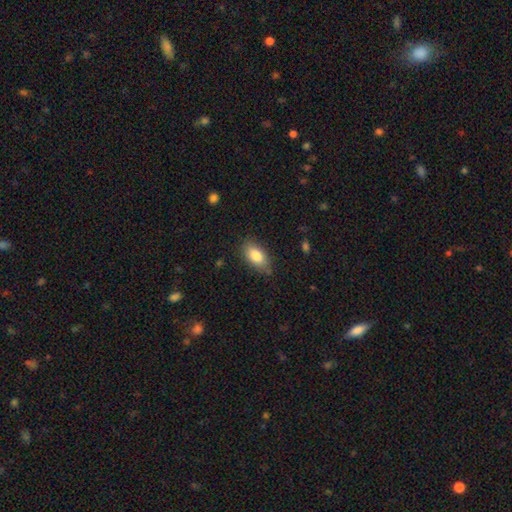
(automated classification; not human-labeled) Overall: smooth (83%). How rounded: in between (90%). Merging: none (80%).